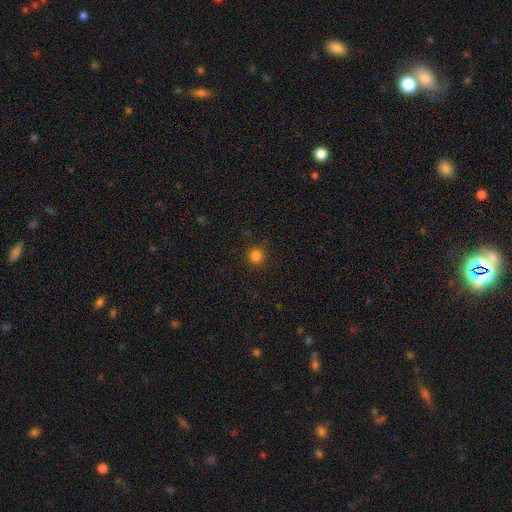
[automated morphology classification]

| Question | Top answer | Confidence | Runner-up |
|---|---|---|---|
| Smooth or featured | smooth | 82% | star or artifact (14%) |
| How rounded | round | 88% | in between (11%) |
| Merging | none | 88% | minor disturbance (8%) |